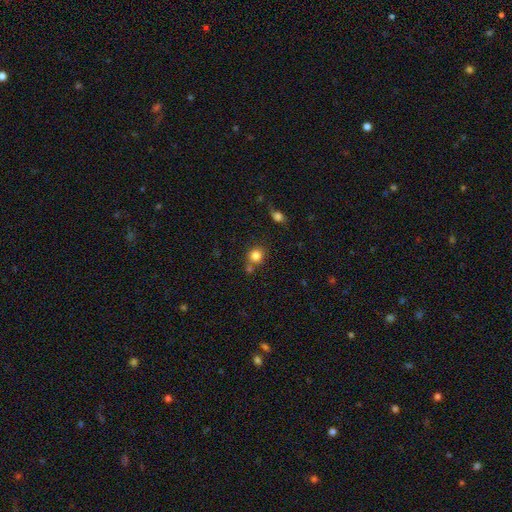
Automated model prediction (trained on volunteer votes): Smooth or featured? Predicted: smooth (p=0.82). How rounded? Predicted: round (p=0.88). Merging? Predicted: none (p=0.68).